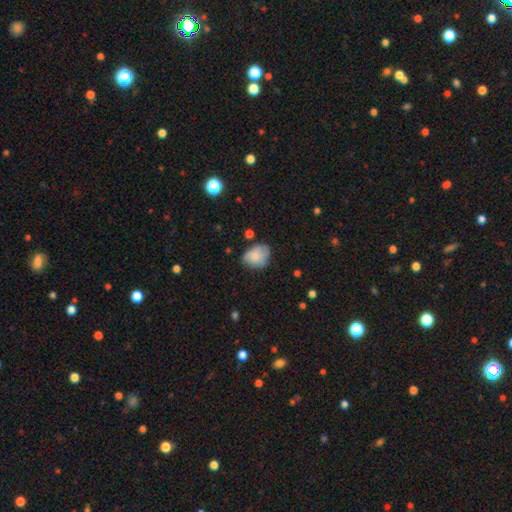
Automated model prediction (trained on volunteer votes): Smooth or featured?
  - smooth: 78% *
  - featured or disk: 14%
  - star or artifact: 8%
How rounded?
  - in between: 56% *
  - round: 43%
  - cigar-shaped: 1%
Merging?
  - none: 57% *
  - minor disturbance: 32%
  - major disturbance: 9%
  - merger: 3%